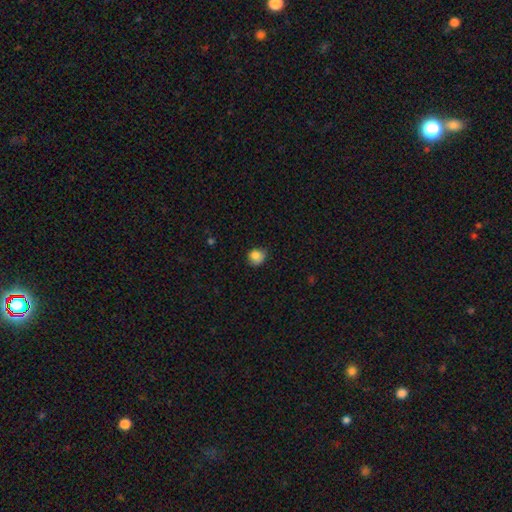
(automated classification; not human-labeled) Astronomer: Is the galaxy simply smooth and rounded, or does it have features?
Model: smooth — 84%.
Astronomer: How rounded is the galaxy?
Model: round — 80%.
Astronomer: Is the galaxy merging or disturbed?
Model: none — 70%.